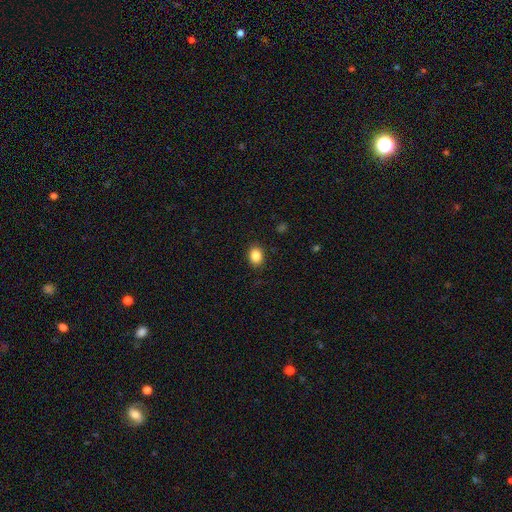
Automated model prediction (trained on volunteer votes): A smooth galaxy with no disk features (86%) that is in between round and cigar-shaped (54%).

Vote fractions:
- Smooth or featured? smooth: 86% / star or artifact: 9% / featured or disk: 4%
- How rounded? in between: 54% / round: 45% / cigar-shaped: 1%
- Merging? none: 89% / minor disturbance: 8% / major disturbance: 2% / merger: 1%